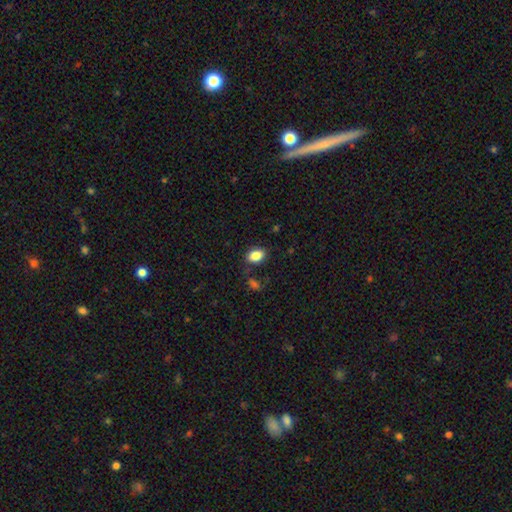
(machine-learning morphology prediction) A smooth galaxy with no disk features (85%) that is in between round and cigar-shaped (86%). Merging: none (82%).